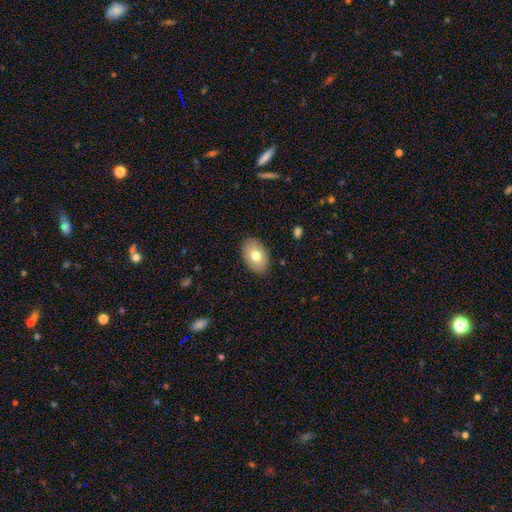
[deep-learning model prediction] Smooth or featured? Predicted: smooth (p=0.73). How rounded? Predicted: in between (p=0.89). Merging? Predicted: none (p=0.87).